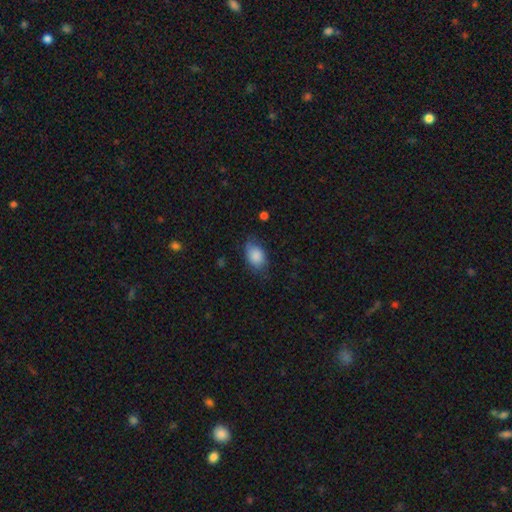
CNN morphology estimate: Smooth or featured? smooth (86%)
How rounded? in between (79%)
Merging? none (64%)